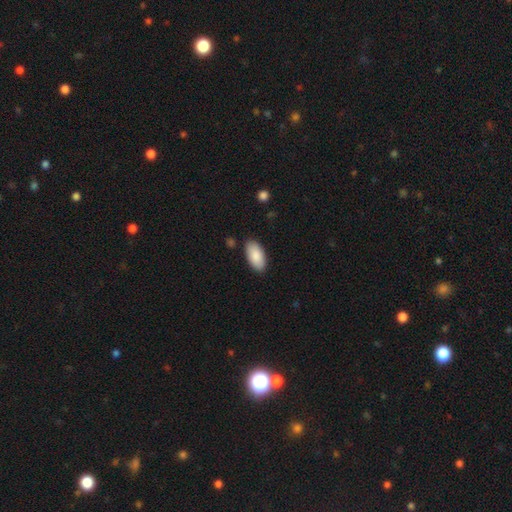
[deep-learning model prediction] smooth_or_featured: smooth (p=0.88) [alt: featured or disk p=0.06]
how_rounded: in between (p=0.94) [alt: cigar-shaped p=0.05]
merging: none (p=0.86) [alt: minor disturbance p=0.10]